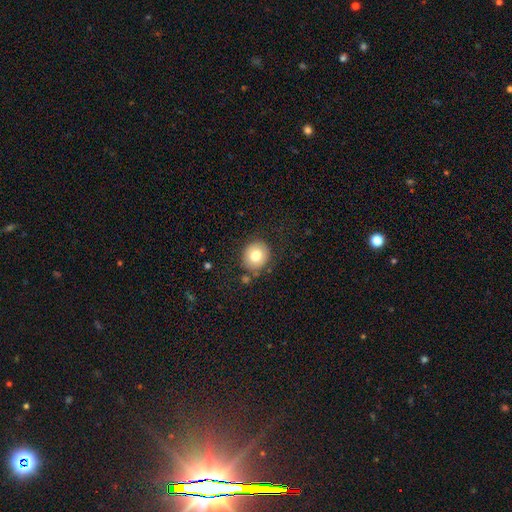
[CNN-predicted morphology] Smooth or featured? Predicted: smooth (p=0.77). How rounded? Predicted: round (p=0.78). Merging? Predicted: none (p=0.83).